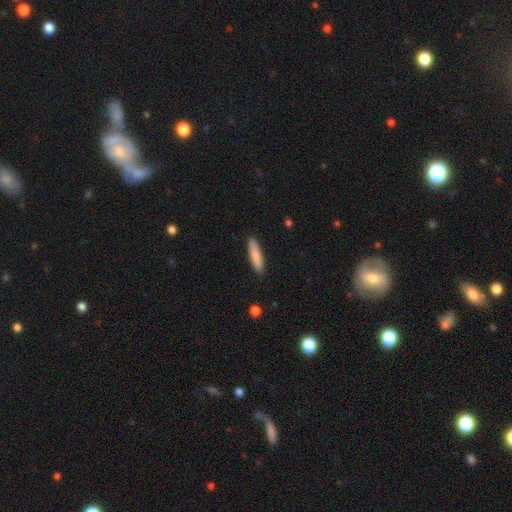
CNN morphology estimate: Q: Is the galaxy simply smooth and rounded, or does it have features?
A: smooth — 84%.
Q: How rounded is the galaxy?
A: cigar-shaped — 83%.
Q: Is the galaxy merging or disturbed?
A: none — 89%.